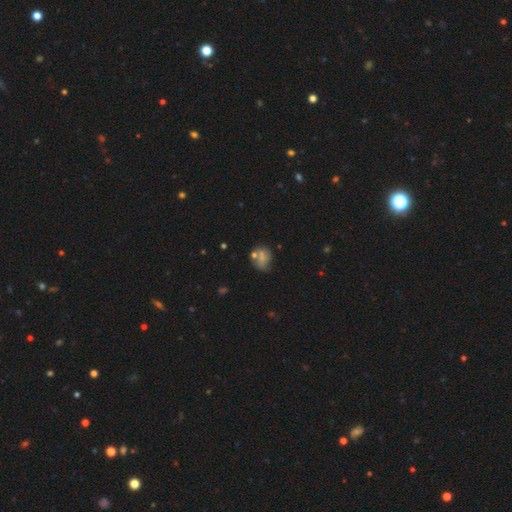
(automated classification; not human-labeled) smooth_or_featured: smooth (p=0.48) [alt: featured or disk p=0.28]
merging: none (p=0.56) [alt: minor disturbance p=0.19]